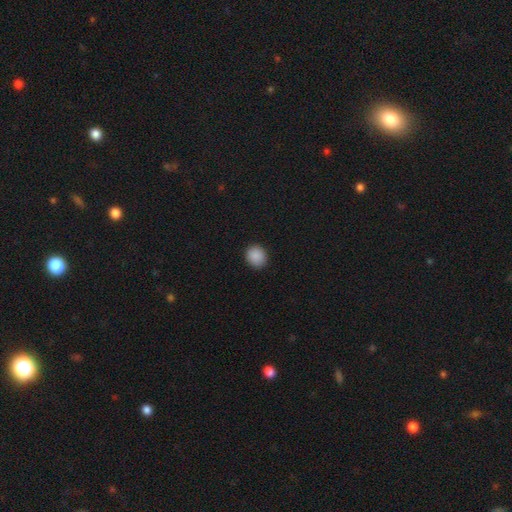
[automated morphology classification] This is clearly a smooth galaxy (89%). How rounded: clearly round (80%). Merging: clearly none (90%).